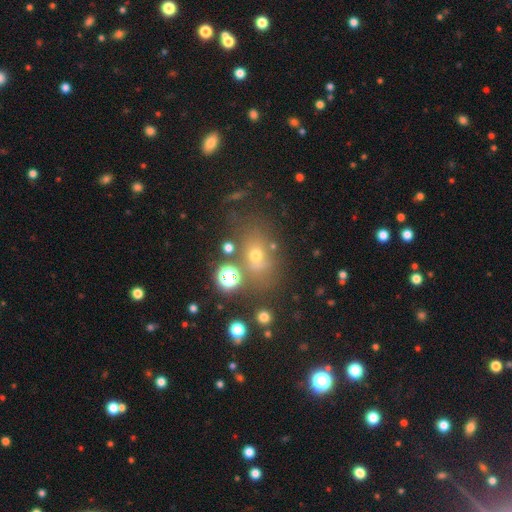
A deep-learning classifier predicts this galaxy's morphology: A smooth galaxy with no disk features (57%) that is in between round and cigar-shaped (55%). Merging: none (61%).